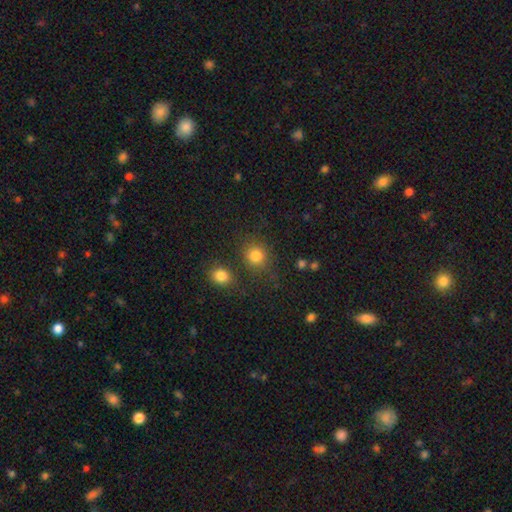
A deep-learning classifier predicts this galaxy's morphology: Smooth or featured?
  - smooth: 81% *
  - star or artifact: 13%
  - featured or disk: 6%
How rounded?
  - round: 83% *
  - in between: 16%
  - cigar-shaped: 1%
Merging?
  - none: 72% *
  - merger: 12%
  - minor disturbance: 11%
  - major disturbance: 5%